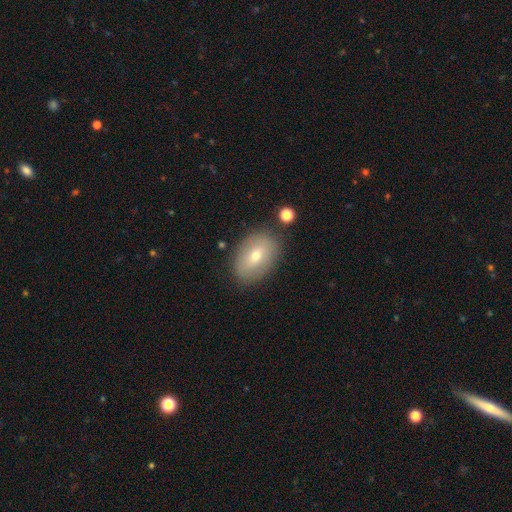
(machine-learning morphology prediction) Smooth or featured? smooth (63%)
How rounded? in between (84%)
Merging? none (82%)